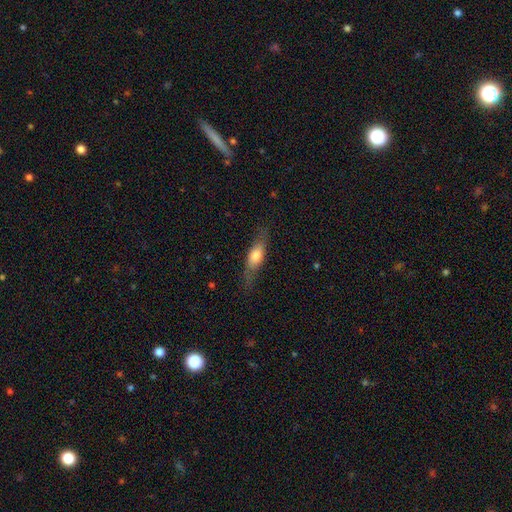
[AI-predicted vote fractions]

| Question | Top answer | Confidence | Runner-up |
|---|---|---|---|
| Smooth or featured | smooth | 61% | featured or disk (32%) |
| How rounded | in between | 55% | cigar-shaped (42%) |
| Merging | none | 71% | minor disturbance (20%) |